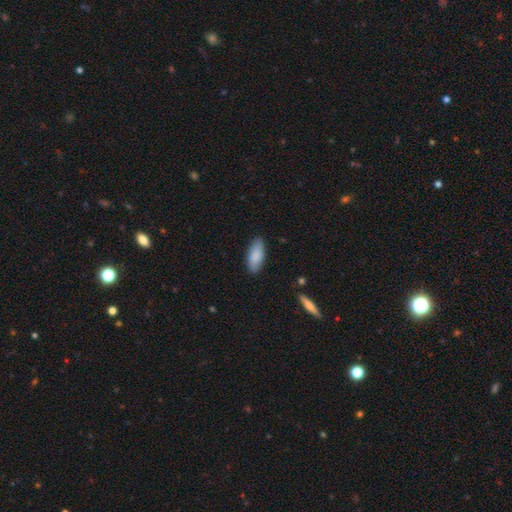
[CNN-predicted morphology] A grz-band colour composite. It shows a smooth galaxy with no disk features (86%) that is in between round and cigar-shaped (82%). Merging: none (86%).